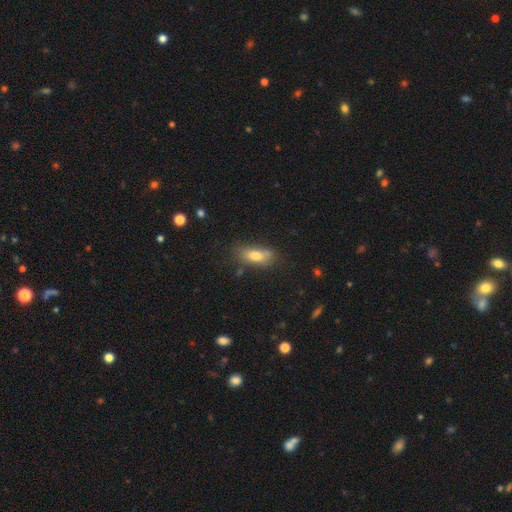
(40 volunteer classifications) Morphology: type=smooth (78%); roundness=in between (90%); merging=none (74%).